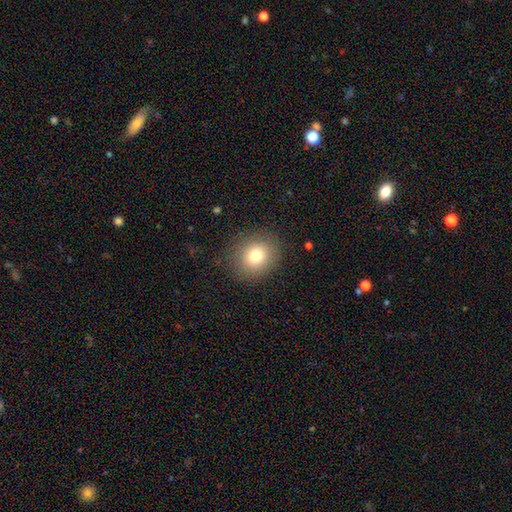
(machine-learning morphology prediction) This appears to be a smooth galaxy with no disk features (78%) that is round (76%). Merging: none (86%).